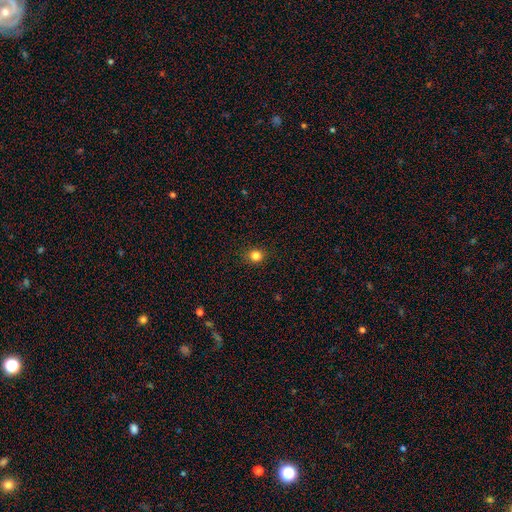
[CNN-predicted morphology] A smooth galaxy with no disk features (83%) that is round (87%).

Vote fractions:
- Smooth or featured? smooth: 83% / star or artifact: 13% / featured or disk: 4%
- How rounded? round: 87% / in between: 12% / cigar-shaped: 1%
- Merging? none: 91% / minor disturbance: 6% / major disturbance: 2% / merger: 1%